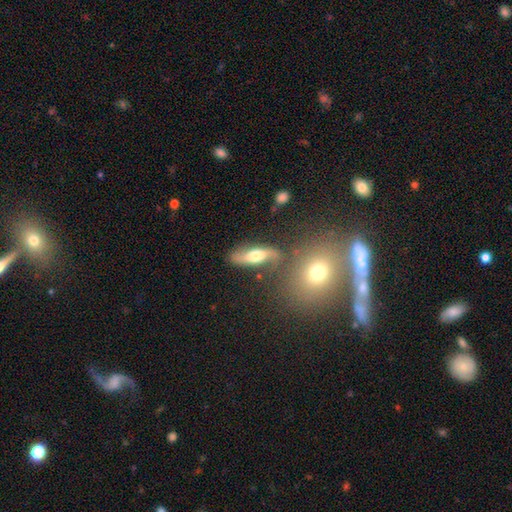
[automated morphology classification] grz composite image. It shows a featured or disk galaxy (54%). Merging: none (65%).